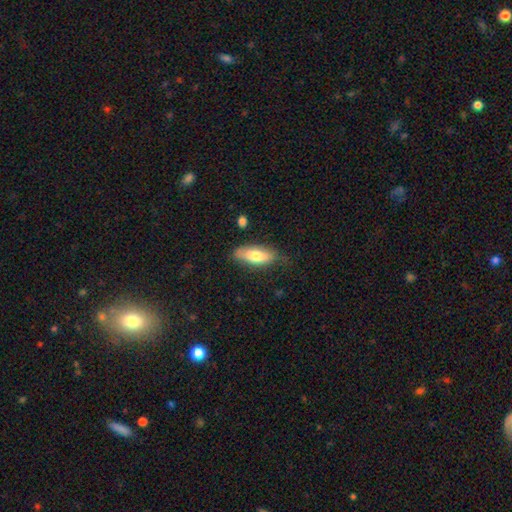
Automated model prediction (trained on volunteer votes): Smooth or featured? Predicted: smooth (p=0.74). How rounded? Predicted: in between (p=0.75). Merging? Predicted: none (p=0.70).